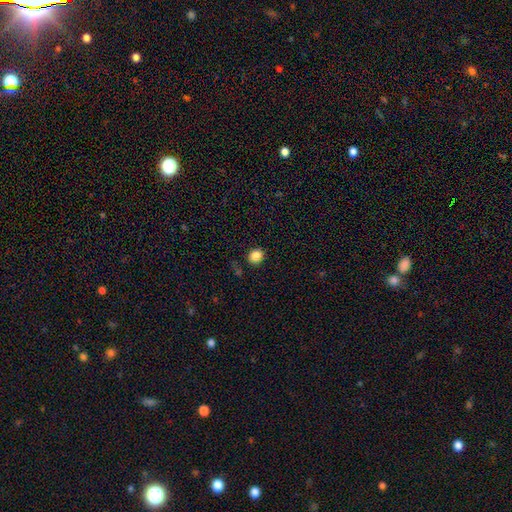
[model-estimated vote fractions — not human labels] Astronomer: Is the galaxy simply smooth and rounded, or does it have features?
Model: smooth — 85%.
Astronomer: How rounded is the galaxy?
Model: round — 75%.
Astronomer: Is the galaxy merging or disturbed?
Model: none — 86%.